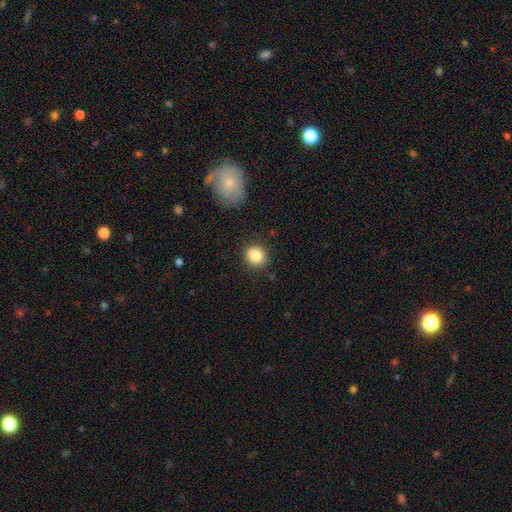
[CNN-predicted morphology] Overall: smooth (85%). How rounded: round (88%). Merging: none (86%).